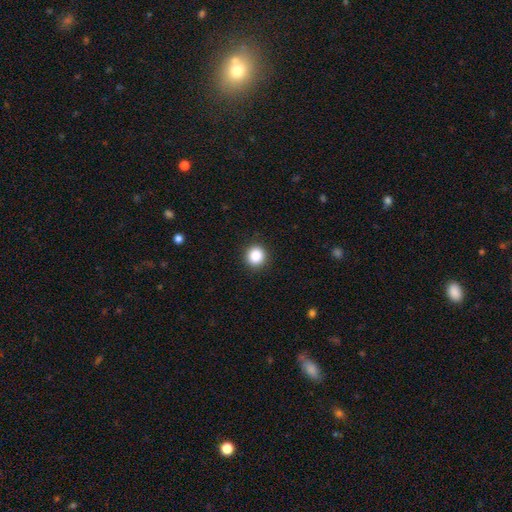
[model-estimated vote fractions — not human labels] A smooth galaxy with no disk features (87%) that is round (90%).

Vote fractions:
- Smooth or featured? smooth: 87% / star or artifact: 10% / featured or disk: 3%
- How rounded? round: 90% / in between: 9% / cigar-shaped: 1%
- Merging? none: 91% / minor disturbance: 6% / major disturbance: 2% / merger: 1%